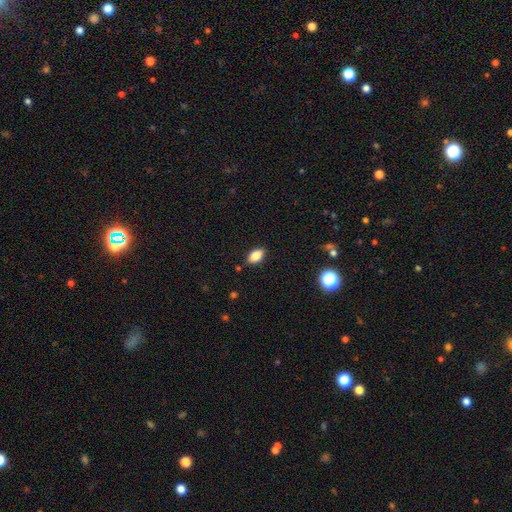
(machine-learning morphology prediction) Overall: smooth (82%). How rounded: in between (89%). Merging: none (85%).